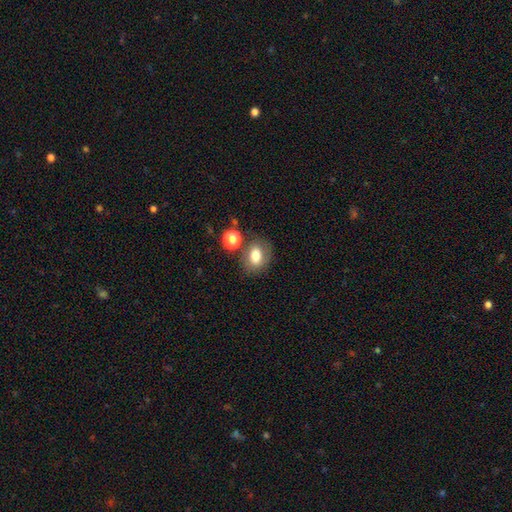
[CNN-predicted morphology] smooth_or_featured: smooth (p=0.74) [alt: featured or disk p=0.15]
how_rounded: in between (p=0.69) [alt: round p=0.30]
merging: none (p=0.67) [alt: minor disturbance p=0.15]